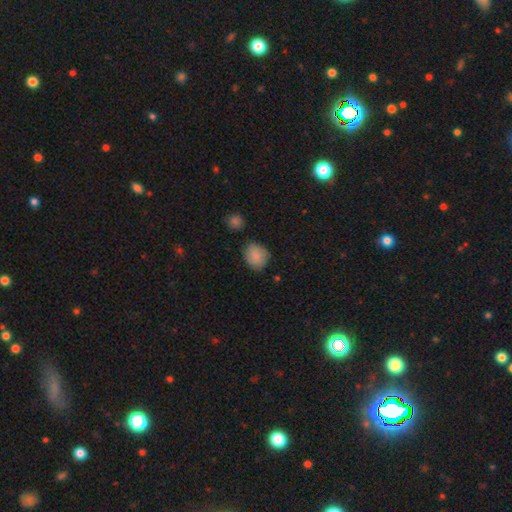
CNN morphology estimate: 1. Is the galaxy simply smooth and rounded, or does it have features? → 82% smooth, 11% featured or disk, 7% star or artifact.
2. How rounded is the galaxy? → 66% round, 33% in between, 1% cigar-shaped.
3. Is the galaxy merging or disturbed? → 76% none, 17% minor disturbance, 4% major disturbance, 3% merger.